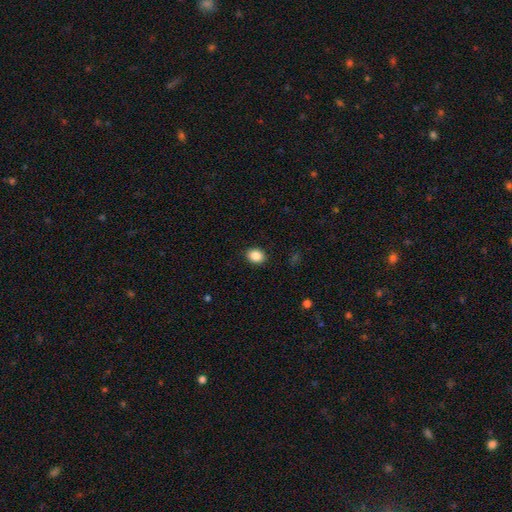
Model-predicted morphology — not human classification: The model was most divided on "how rounded": in between: 58%, round: 41%, cigar-shaped: 1%. More confident: merging — none (90%); smooth or featured — smooth (88%).